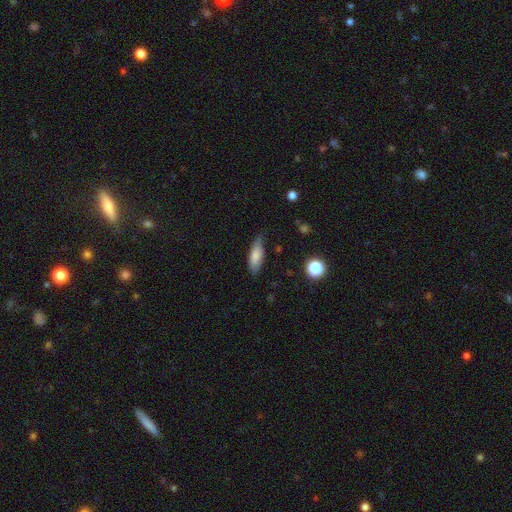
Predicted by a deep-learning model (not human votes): Smooth or featured: smooth — 79% (featured or disk — 14%)
How rounded: in between — 64% (cigar-shaped — 34%)
Merging: none — 68% (minor disturbance — 26%)